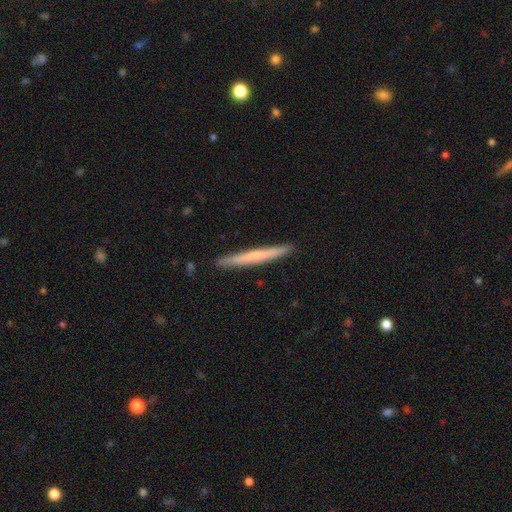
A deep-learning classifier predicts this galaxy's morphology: The model was most divided on "smooth or featured": smooth: 55%, featured or disk: 40%, star or artifact: 5%. More confident: how rounded — cigar-shaped (97%); merging — none (91%).